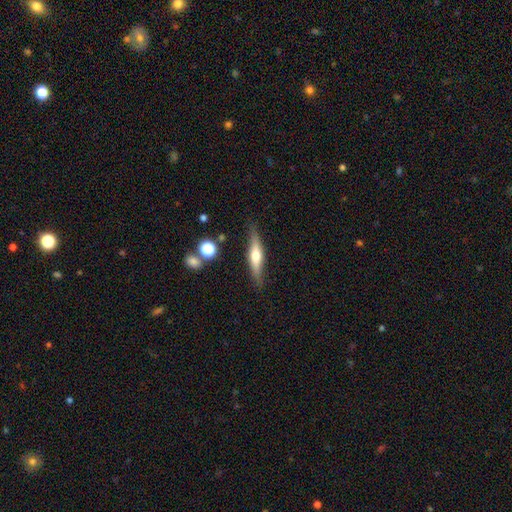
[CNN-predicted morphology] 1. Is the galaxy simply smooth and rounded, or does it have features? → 56% featured or disk, 37% smooth, 6% star or artifact.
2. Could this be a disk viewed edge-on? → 94% yes, 6% no.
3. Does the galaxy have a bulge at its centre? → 90% rounded, 5% boxy, 5% none.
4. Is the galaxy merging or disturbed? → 84% none, 11% minor disturbance, 3% major disturbance, 2% merger.